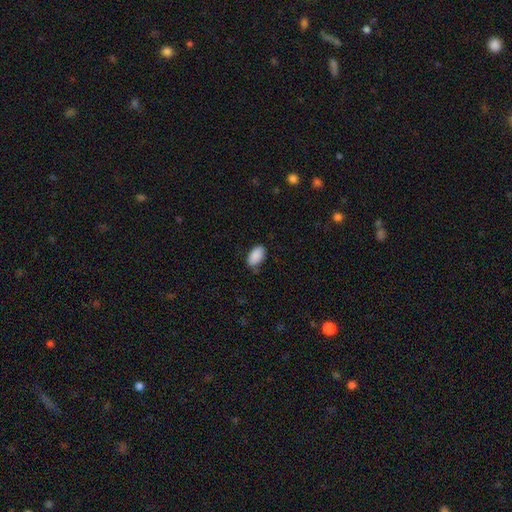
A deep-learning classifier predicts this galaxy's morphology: Q: Smooth or featured?
A: smooth (90%); runner-up: star or artifact (7%)
Q: How rounded?
A: in between (94%); runner-up: round (4%)
Q: Merging?
A: none (81%); runner-up: minor disturbance (14%)